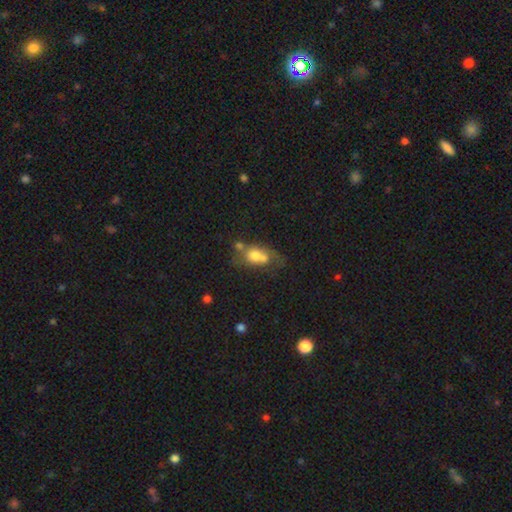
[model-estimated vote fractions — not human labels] A smooth galaxy with no disk features (64%) that is in between round and cigar-shaped (66%). Merging: merger (44%).